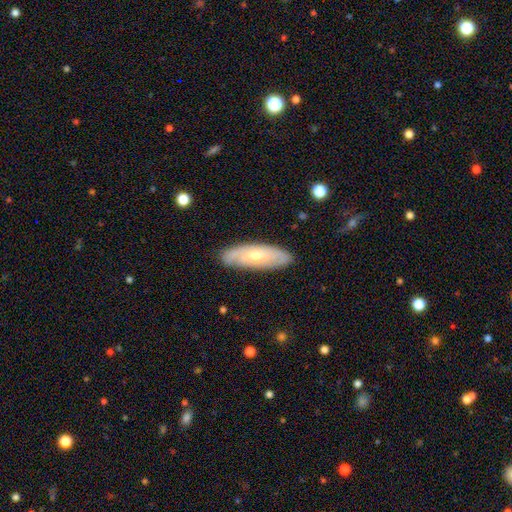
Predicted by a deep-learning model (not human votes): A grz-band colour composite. It shows a featured or disk galaxy (54%). Merging: none (84%).